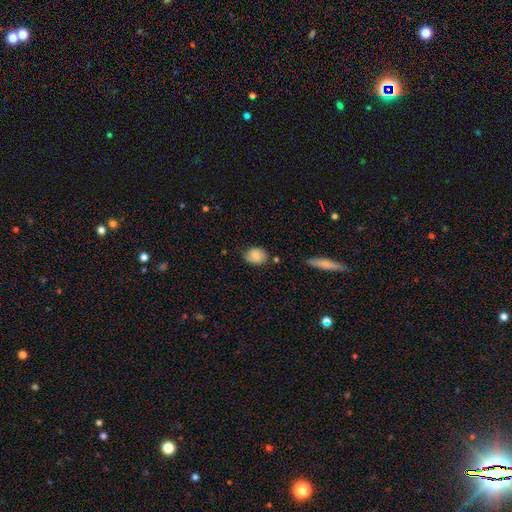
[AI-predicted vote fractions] smooth-or-featured: smooth: 76% | featured or disk: 16% | star or artifact: 9%
  how-rounded: in between: 54% | round: 45% | cigar-shaped: 1%
  merging: none: 70% | minor disturbance: 22% | major disturbance: 5% | merger: 3%